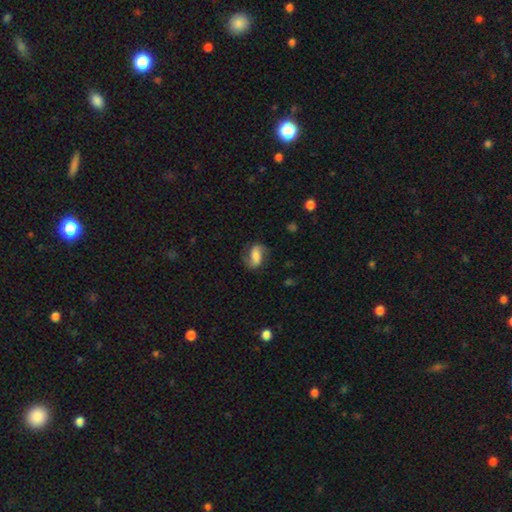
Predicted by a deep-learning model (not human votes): This appears to be a featured or disk galaxy (64%) with a weak bar (37%), 2 (88%) loose (45%) spiral arms (92%) and a moderate central bulge (38%). Merging: none (72%).